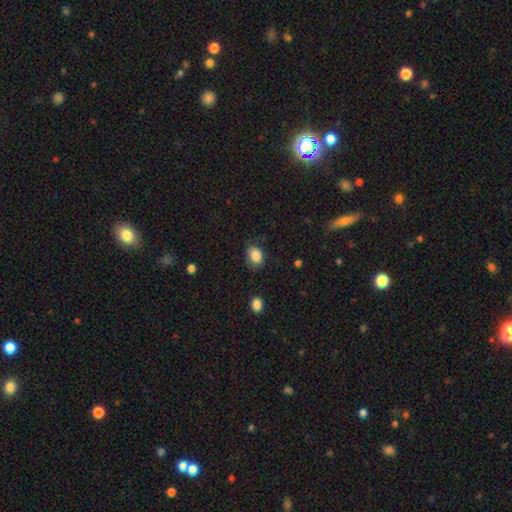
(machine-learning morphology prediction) smooth-or-featured: smooth: 86% | star or artifact: 9% | featured or disk: 5%
  how-rounded: in between: 67% | round: 32% | cigar-shaped: 1%
  merging: none: 71% | minor disturbance: 22% | major disturbance: 6% | merger: 2%